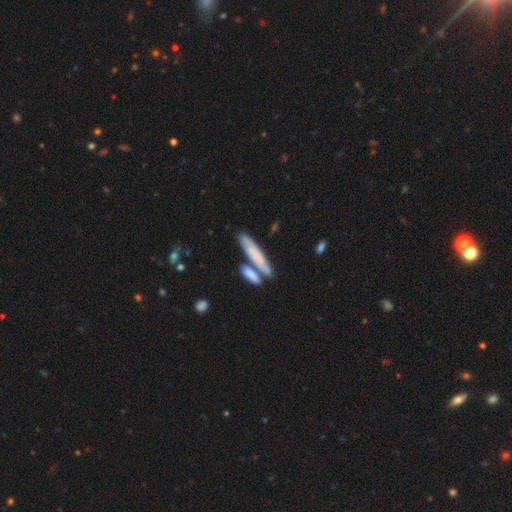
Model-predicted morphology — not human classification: This is likely a smooth galaxy (65%). How rounded: likely cigar-shaped (80%). Merging: possibly none (59%).